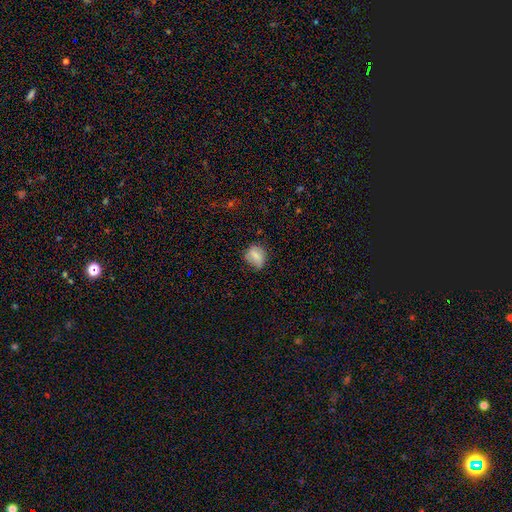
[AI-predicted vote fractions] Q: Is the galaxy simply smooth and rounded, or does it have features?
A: smooth — 75%.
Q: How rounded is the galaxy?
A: round — 55%.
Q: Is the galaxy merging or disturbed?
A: none — 62%.